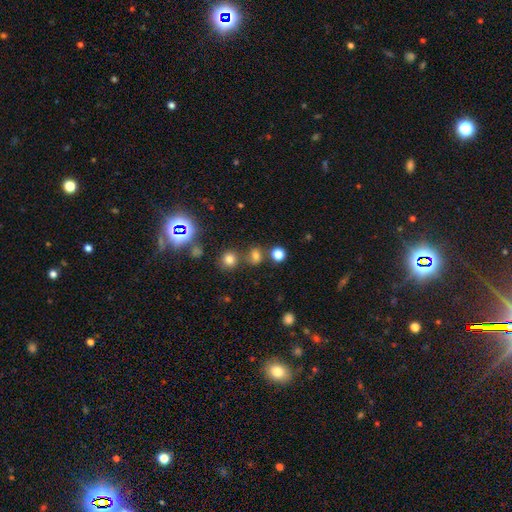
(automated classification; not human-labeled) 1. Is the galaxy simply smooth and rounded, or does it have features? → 64% smooth, 27% star or artifact, 9% featured or disk.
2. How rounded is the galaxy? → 67% round, 31% in between, 2% cigar-shaped.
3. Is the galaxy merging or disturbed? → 64% none, 19% merger, 12% minor disturbance, 6% major disturbance.